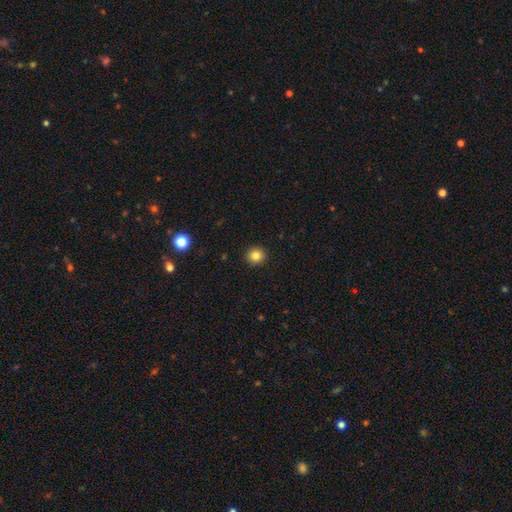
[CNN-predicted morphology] This appears to be a smooth galaxy with no disk features (84%) that is round (94%). Merging: none (93%).